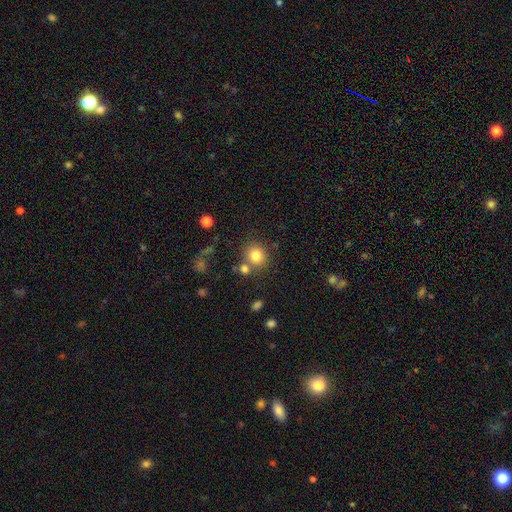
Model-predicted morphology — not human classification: A smooth galaxy with no disk features (81%) that is round (83%). Merging: none (71%).